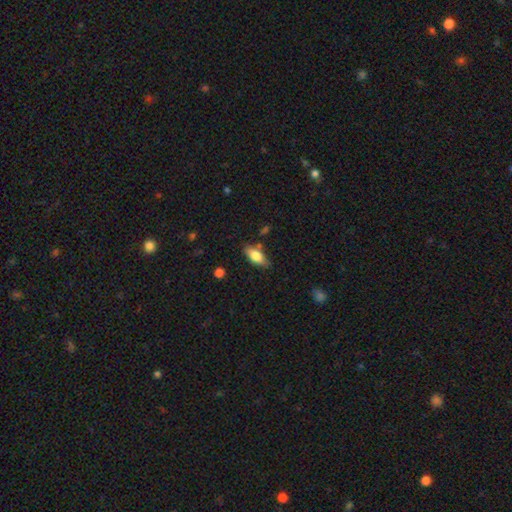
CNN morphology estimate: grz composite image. It shows a smooth galaxy with no disk features (78%) that is in between round and cigar-shaped (83%). Merging: none (74%).